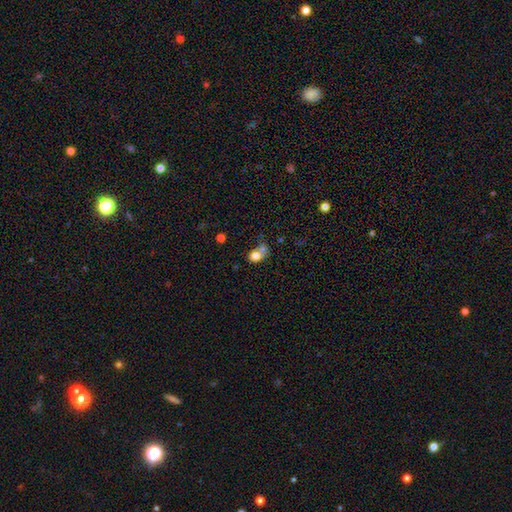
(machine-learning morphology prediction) The model was most divided on "how rounded": round: 56%, in between: 43%, cigar-shaped: 1%. More confident: smooth or featured — smooth (76%); merging — merger (53%).